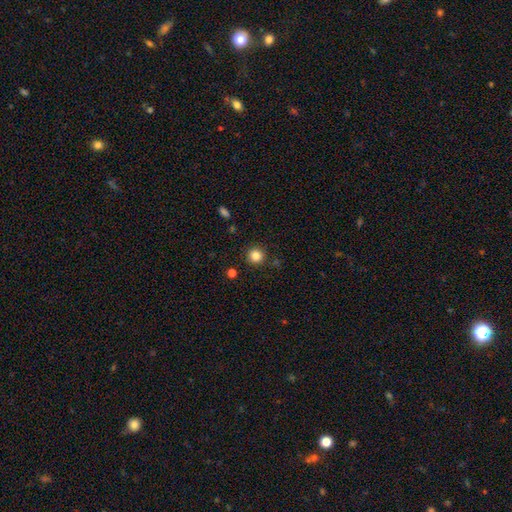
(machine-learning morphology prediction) smooth-or-featured: smooth: 84% | star or artifact: 11% | featured or disk: 4%
  how-rounded: round: 93% | in between: 6% | cigar-shaped: 1%
  merging: none: 89% | minor disturbance: 6% | merger: 2% | major disturbance: 2%